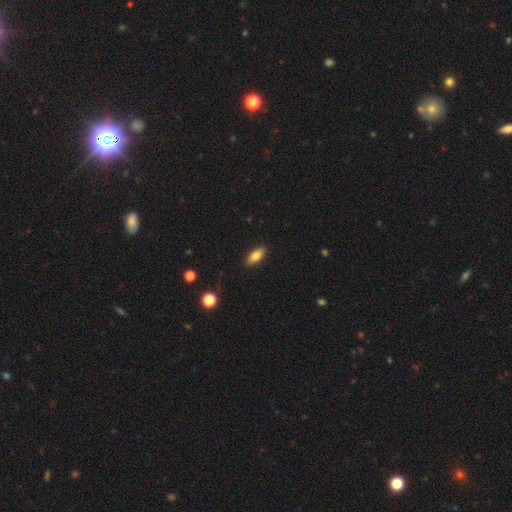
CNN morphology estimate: Smooth or featured? smooth (78%)
How rounded? in between (81%)
Merging? none (88%)